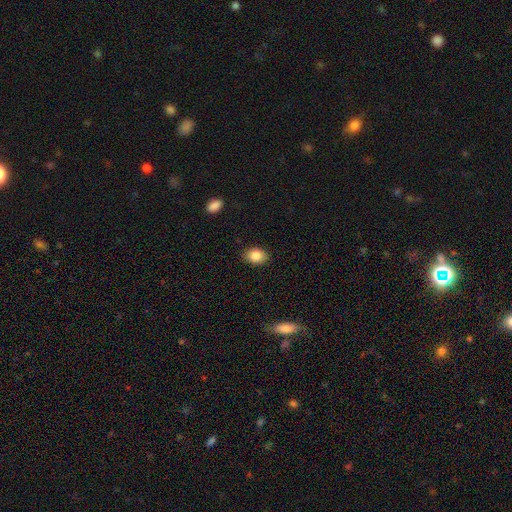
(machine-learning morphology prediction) Q: Smooth or featured?
A: smooth (84%); runner-up: star or artifact (8%)
Q: How rounded?
A: in between (78%); runner-up: round (21%)
Q: Merging?
A: none (88%); runner-up: minor disturbance (9%)